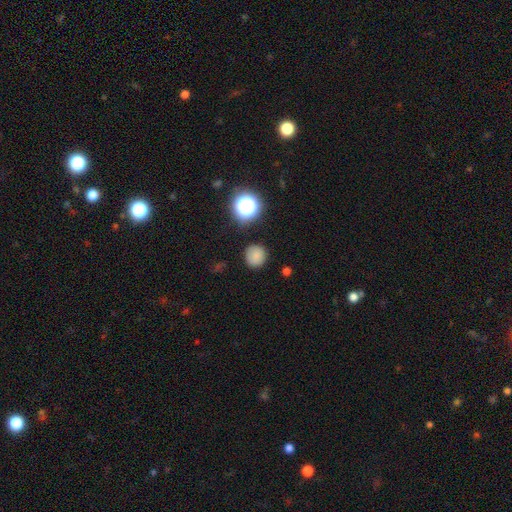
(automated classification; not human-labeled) A smooth galaxy with no disk features (79%) that is round (92%). Merging: none (84%).